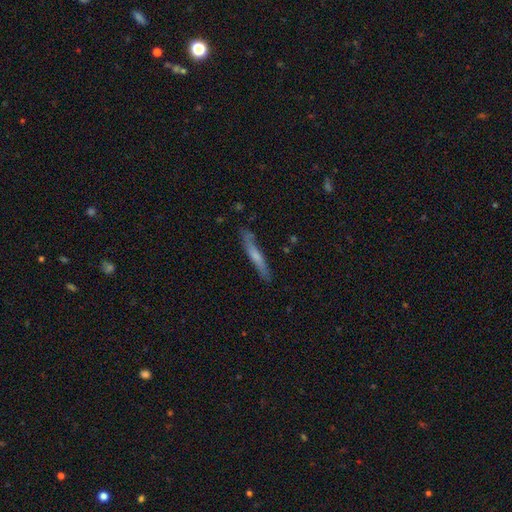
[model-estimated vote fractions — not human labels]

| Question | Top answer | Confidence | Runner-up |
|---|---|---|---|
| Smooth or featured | smooth | 50% | featured or disk (44%) |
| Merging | none | 79% | minor disturbance (16%) |